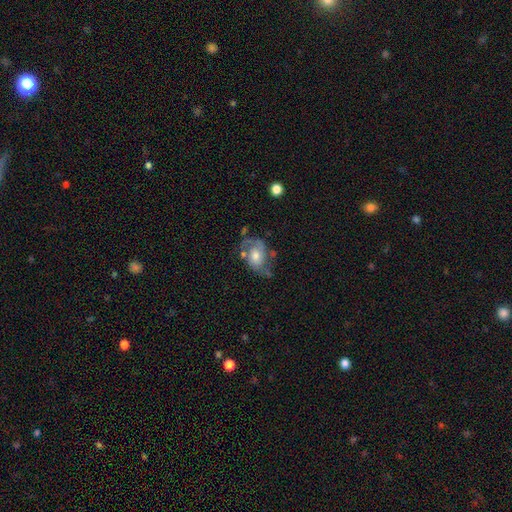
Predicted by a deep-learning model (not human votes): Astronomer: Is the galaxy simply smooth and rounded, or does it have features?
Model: featured or disk — 70%.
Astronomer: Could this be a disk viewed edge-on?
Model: no — 97%.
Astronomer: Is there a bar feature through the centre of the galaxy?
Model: no — 67%.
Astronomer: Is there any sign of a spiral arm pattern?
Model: yes — 85%.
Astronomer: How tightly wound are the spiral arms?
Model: medium — 47% (runner-up: loose, 29%).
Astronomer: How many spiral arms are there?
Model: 2 — 78%.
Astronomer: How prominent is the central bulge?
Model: moderate — 56%.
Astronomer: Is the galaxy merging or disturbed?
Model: none — 50% (runner-up: minor disturbance, 25%).